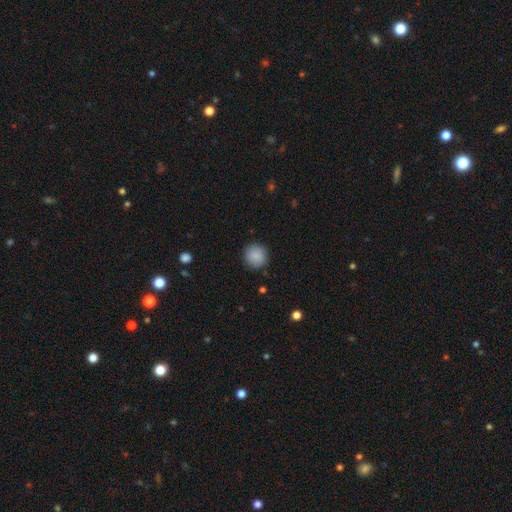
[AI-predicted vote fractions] A smooth galaxy with no disk features (89%) that is round (94%). Merging: none (90%).